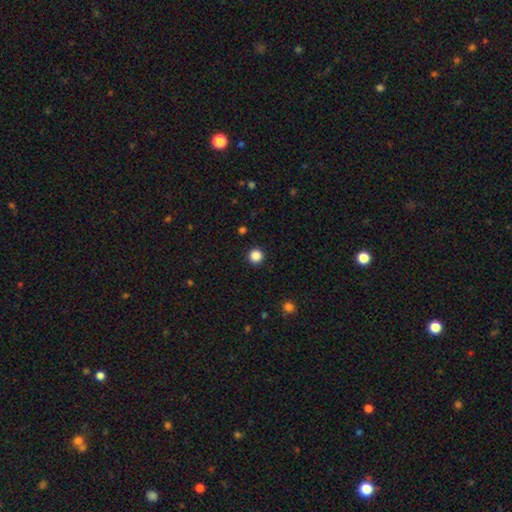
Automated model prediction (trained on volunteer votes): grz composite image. It shows a smooth galaxy with no disk features (86%) that is round (96%). Merging: none (93%).